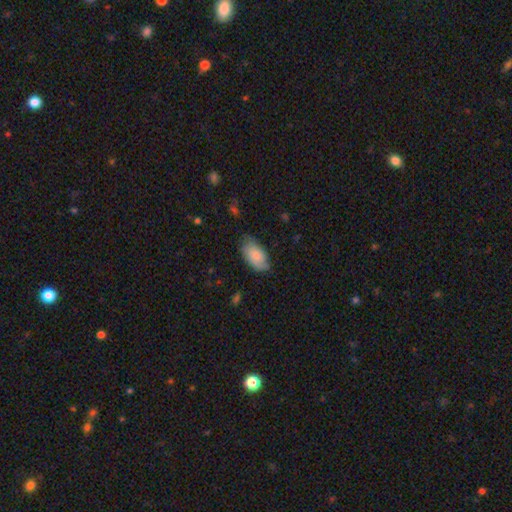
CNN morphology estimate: Q: Smooth or featured?
A: smooth (76%); runner-up: featured or disk (18%)
Q: How rounded?
A: in between (94%); runner-up: round (4%)
Q: Merging?
A: none (67%); runner-up: minor disturbance (26%)